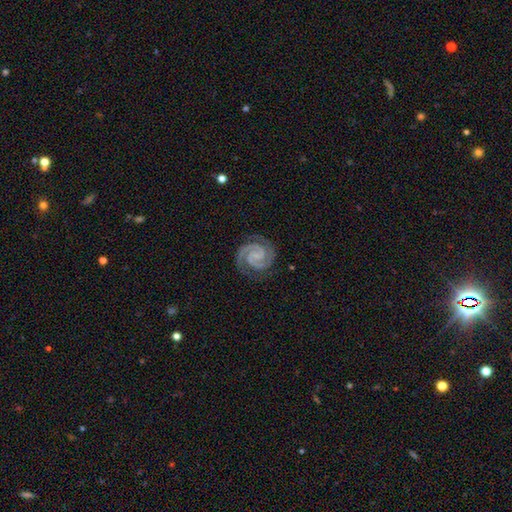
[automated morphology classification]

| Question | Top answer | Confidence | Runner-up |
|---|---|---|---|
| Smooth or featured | featured or disk | 93% | star or artifact (4%) |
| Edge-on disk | no | 99% | yes (1%) |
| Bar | no | 48% | weak (36%) |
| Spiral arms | yes | 99% | no (1%) |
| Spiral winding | tight | 70% | medium (28%) |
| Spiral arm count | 2 | 92% | 3 (3%) |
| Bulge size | small | 53% | none (36%) |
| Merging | none | 84% | minor disturbance (11%) |